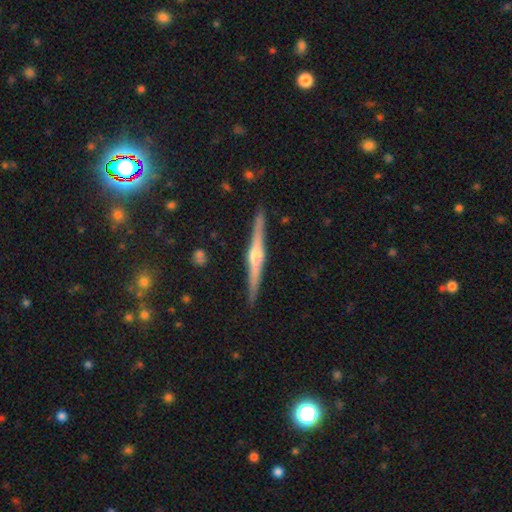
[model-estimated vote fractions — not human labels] smooth_or_featured: featured or disk (p=0.82) [alt: smooth p=0.12]
disk_edge_on: yes (p=0.99) [alt: no p=0.01]
edge_on_bulge: rounded (p=0.89) [alt: boxy p=0.06]
merging: none (p=0.92) [alt: minor disturbance p=0.06]